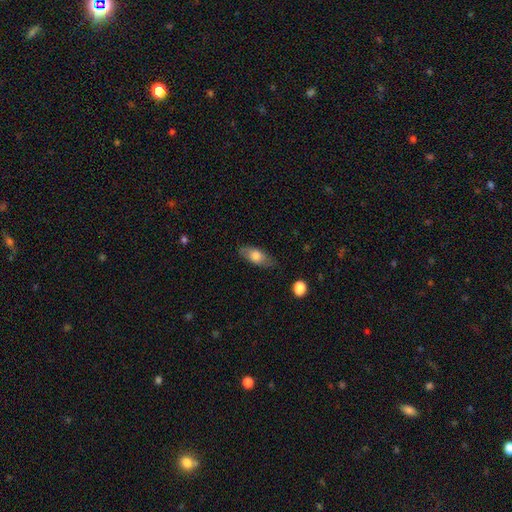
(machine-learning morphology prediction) smooth_or_featured: smooth (p=0.70) [alt: featured or disk p=0.24]
how_rounded: in between (p=0.82) [alt: cigar-shaped p=0.14]
merging: none (p=0.79) [alt: minor disturbance p=0.16]